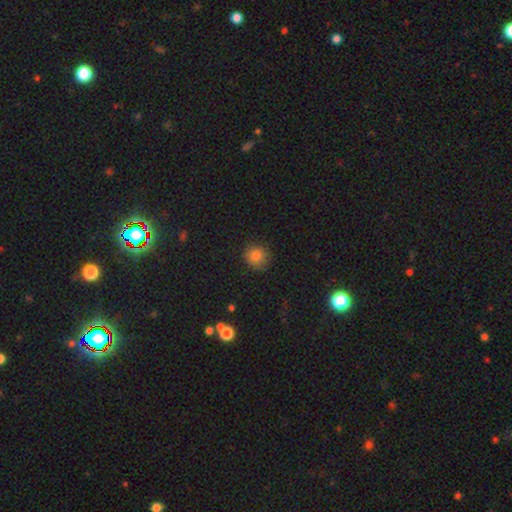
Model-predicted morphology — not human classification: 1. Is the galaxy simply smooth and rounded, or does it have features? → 82% smooth, 12% star or artifact, 5% featured or disk.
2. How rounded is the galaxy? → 89% round, 10% in between, 1% cigar-shaped.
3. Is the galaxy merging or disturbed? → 82% none, 13% minor disturbance, 3% major disturbance, 1% merger.